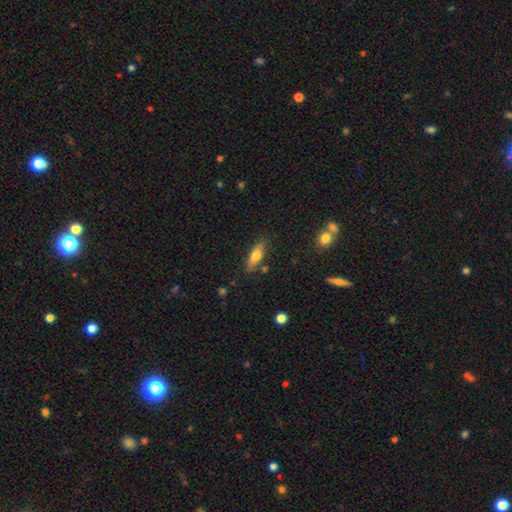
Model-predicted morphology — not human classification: Smooth or featured? smooth (62%)
How rounded? in between (49%)
Merging? none (81%)